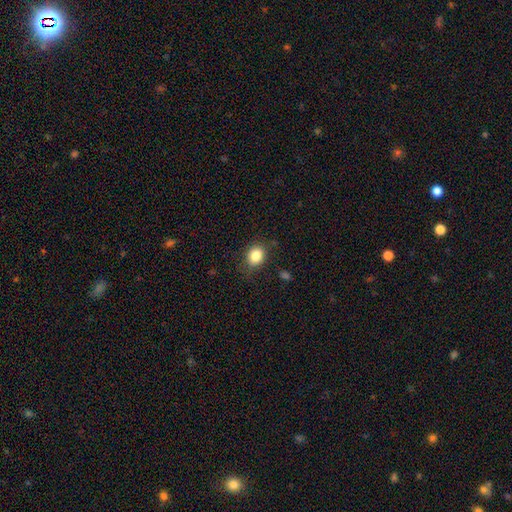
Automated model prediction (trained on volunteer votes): Smooth or featured? smooth (85%)
How rounded? in between (51%)
Merging? none (81%)